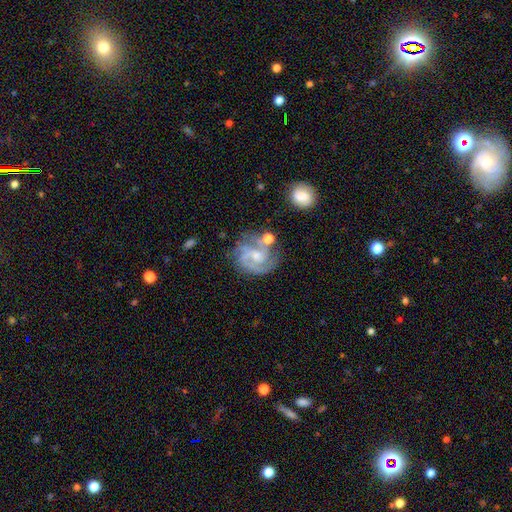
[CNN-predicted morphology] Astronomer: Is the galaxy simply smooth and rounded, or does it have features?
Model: featured or disk — 82%.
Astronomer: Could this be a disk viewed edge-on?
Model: no — 98%.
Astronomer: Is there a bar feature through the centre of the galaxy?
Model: no — 49% (runner-up: weak, 42%).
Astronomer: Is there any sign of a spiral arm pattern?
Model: yes — 95%.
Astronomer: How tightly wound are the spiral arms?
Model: tight — 44%, tied with medium at 44%.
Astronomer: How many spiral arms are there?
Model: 2 — 48% (runner-up: 3, 25%).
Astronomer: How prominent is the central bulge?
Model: small — 49% (runner-up: moderate, 40%).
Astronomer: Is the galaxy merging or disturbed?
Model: none — 61%.